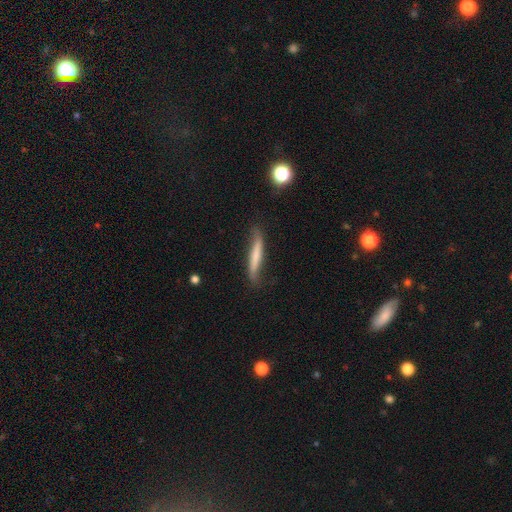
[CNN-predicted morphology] The model was most divided on "smooth or featured": smooth: 56%, featured or disk: 37%, star or artifact: 7%. More confident: how rounded — cigar-shaped (93%); merging — none (63%).